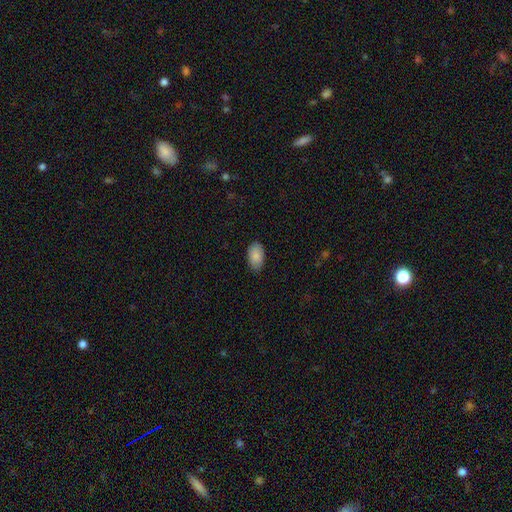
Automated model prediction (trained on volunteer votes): A smooth galaxy with no disk features (87%) that is in between round and cigar-shaped (94%). Merging: none (83%).